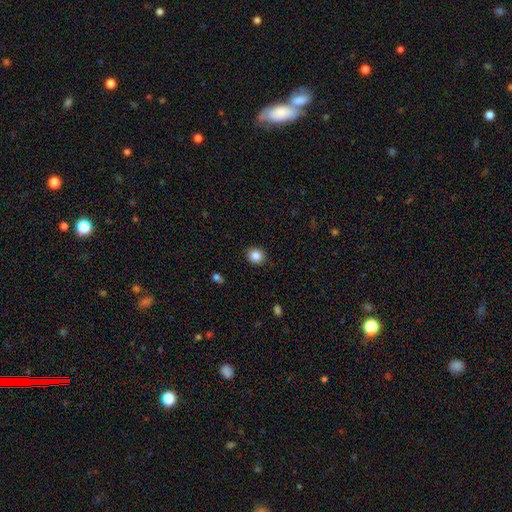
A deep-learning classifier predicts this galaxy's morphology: Smooth or featured? Predicted: smooth (p=0.86). How rounded? Predicted: round (p=0.83). Merging? Predicted: none (p=0.89).